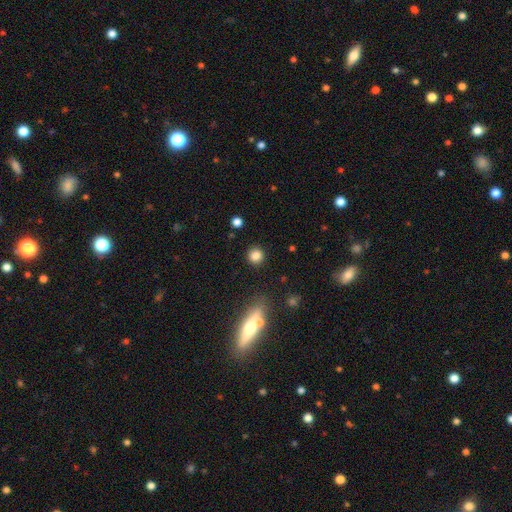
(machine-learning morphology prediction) Smooth or featured? smooth (84%)
How rounded? round (92%)
Merging? none (89%)